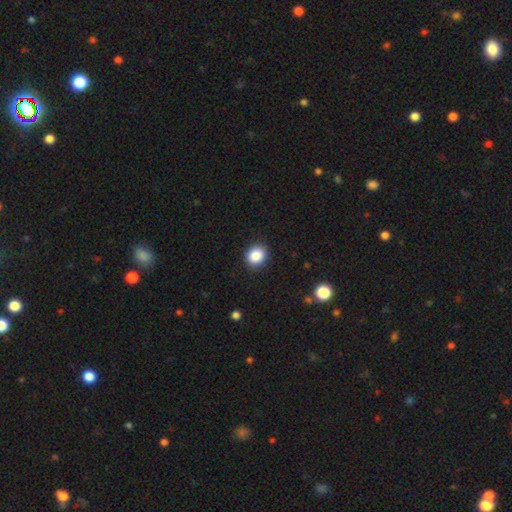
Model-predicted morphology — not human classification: smooth_or_featured: smooth (p=0.88) [alt: star or artifact p=0.09]
how_rounded: round (p=0.64) [alt: in between p=0.35]
merging: none (p=0.90) [alt: minor disturbance p=0.07]